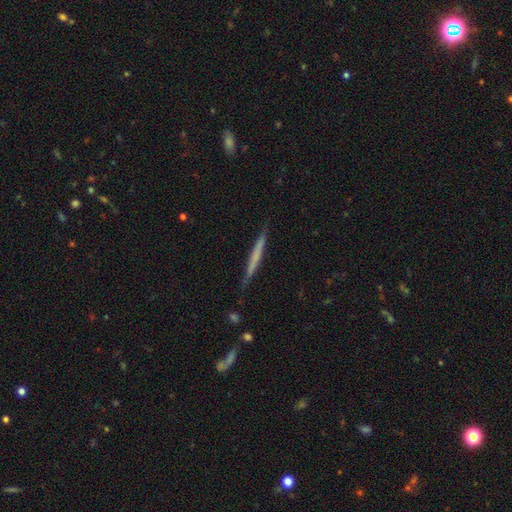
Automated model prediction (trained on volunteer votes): This appears to be a featured or disk galaxy (48%). Merging: none (85%).